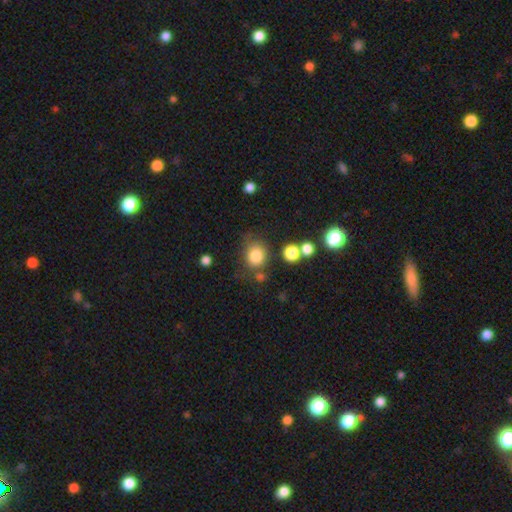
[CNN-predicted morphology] Overall: smooth (82%). How rounded: round (79%). Merging: none (68%).